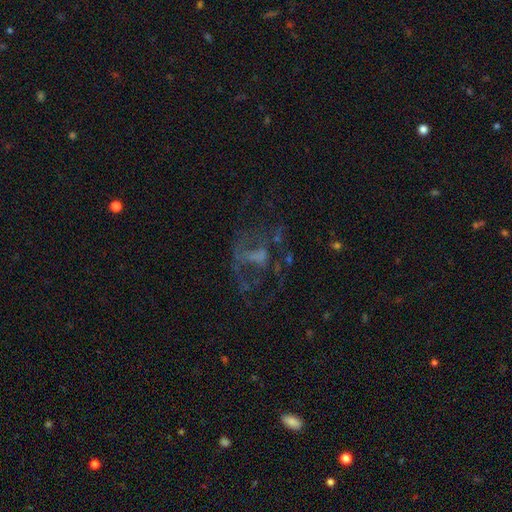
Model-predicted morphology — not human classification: Overall: featured or disk (55%; star or artifact 25%). Edge-on disk: no (96%). Bar: no (65%). Spiral arms: no (70%). Bulge size: none (60%). Merging: none (44%; major disturbance 38%).